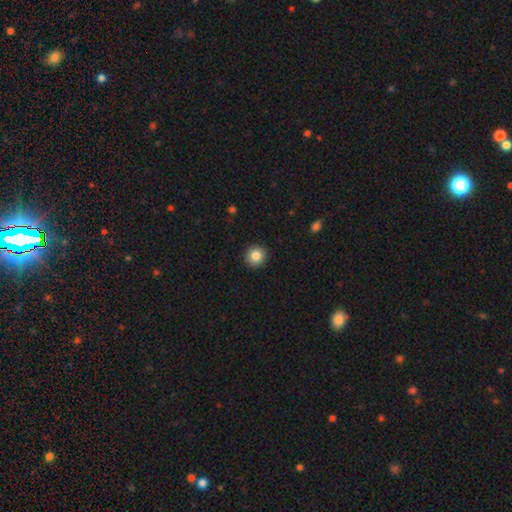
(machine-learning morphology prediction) A smooth galaxy with no disk features (84%) that is round (93%).

Vote fractions:
- Smooth or featured? smooth: 84% / star or artifact: 9% / featured or disk: 7%
- How rounded? round: 93% / in between: 6% / cigar-shaped: 1%
- Merging? none: 92% / minor disturbance: 5% / major disturbance: 2% / merger: 1%